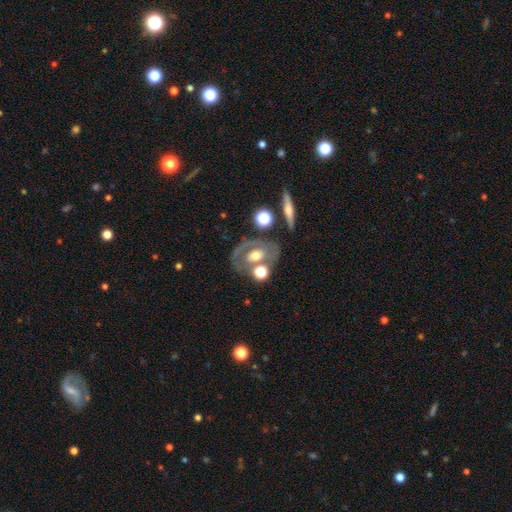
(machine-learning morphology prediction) Smooth or featured? featured or disk (62%)
Edge-on disk? no (90%)
Bar? no (72%)
Spiral arms? no (66%)
Bulge size? moderate (61%)
Merging? none (59%)